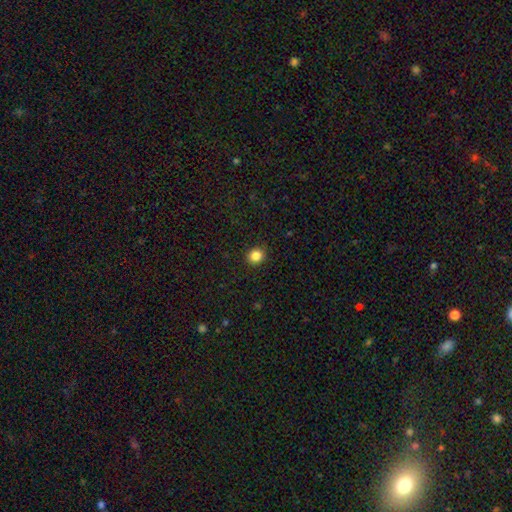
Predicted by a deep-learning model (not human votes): Q: Smooth or featured?
A: smooth (85%); runner-up: star or artifact (11%)
Q: How rounded?
A: round (83%); runner-up: in between (16%)
Q: Merging?
A: none (90%); runner-up: minor disturbance (7%)